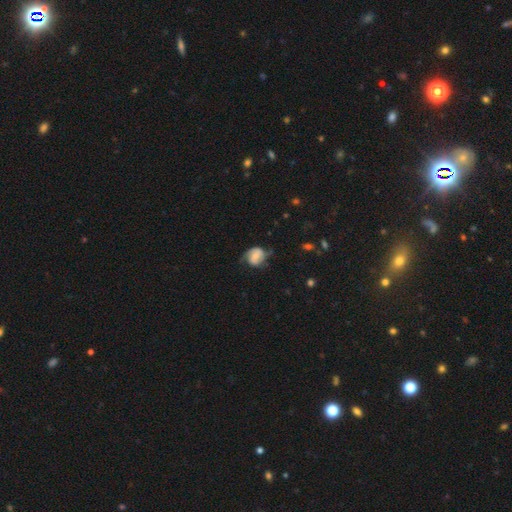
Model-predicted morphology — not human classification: type=featured or disk (50%); merging=none (51%).